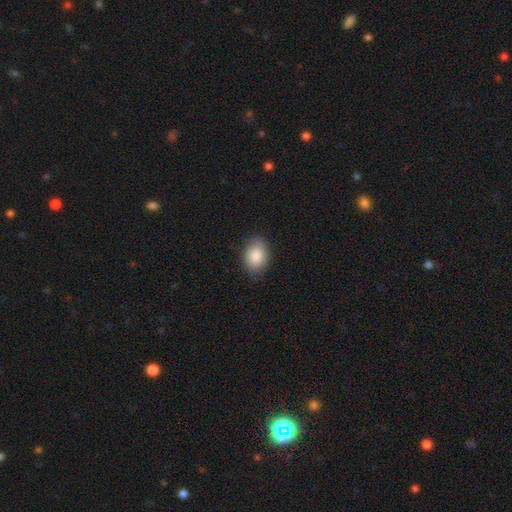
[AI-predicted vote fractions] This is clearly a smooth galaxy (85%). How rounded: clearly in between (81%). Merging: clearly none (82%).